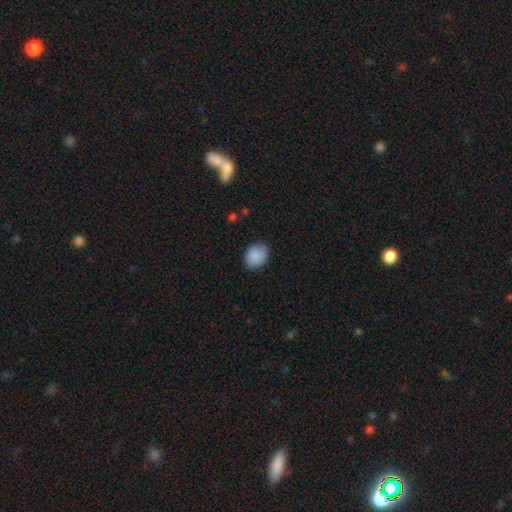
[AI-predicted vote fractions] Smooth or featured? smooth (87%)
How rounded? in between (52%)
Merging? none (80%)